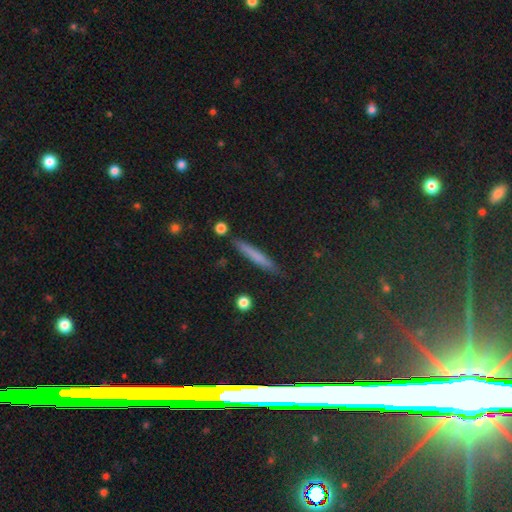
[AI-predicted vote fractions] Overall: smooth (67%). How rounded: cigar-shaped (94%). Merging: none (87%).